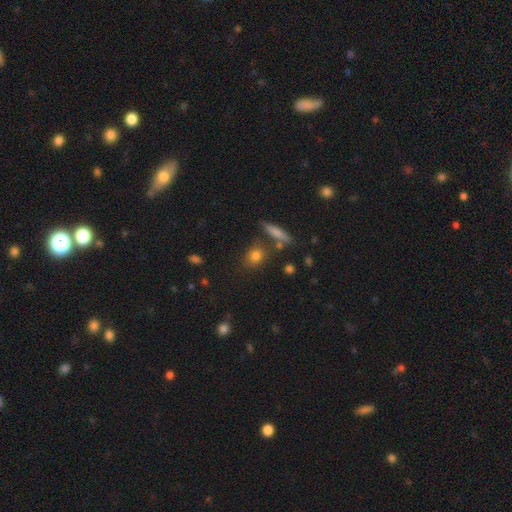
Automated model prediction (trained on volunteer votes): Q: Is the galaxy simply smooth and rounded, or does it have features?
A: smooth — 79%.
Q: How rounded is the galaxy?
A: round — 54%.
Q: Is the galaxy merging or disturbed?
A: none — 74%.